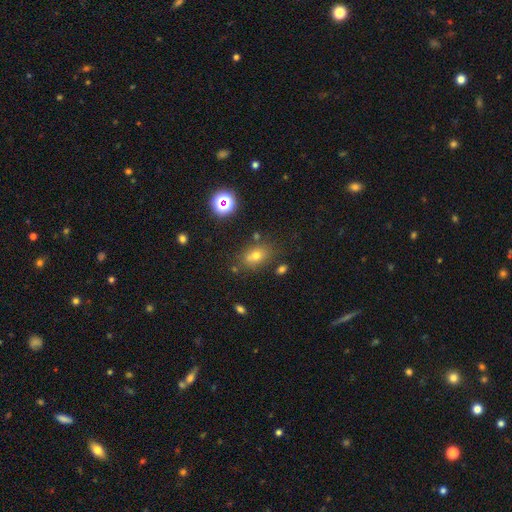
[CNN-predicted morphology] Smooth or featured? smooth (66%)
How rounded? in between (70%)
Merging? none (73%)